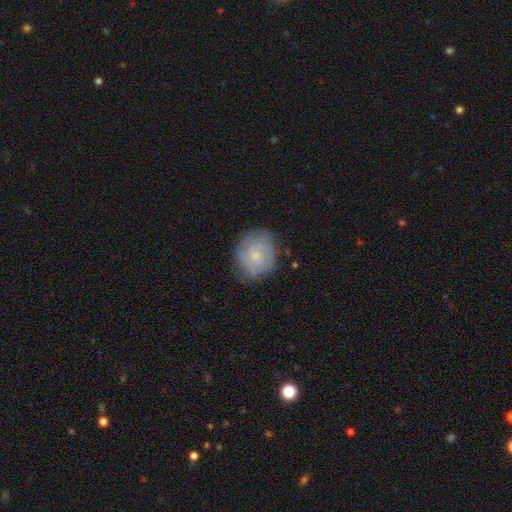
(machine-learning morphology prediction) Smooth or featured? featured or disk (50%)
Merging? none (73%)